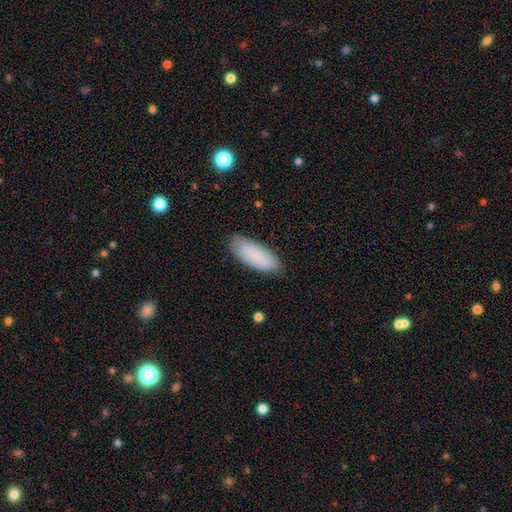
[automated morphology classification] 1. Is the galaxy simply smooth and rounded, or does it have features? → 83% smooth, 11% featured or disk, 6% star or artifact.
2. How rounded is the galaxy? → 76% in between, 23% cigar-shaped, 2% round.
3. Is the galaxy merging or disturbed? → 83% none, 13% minor disturbance, 2% major disturbance, 1% merger.